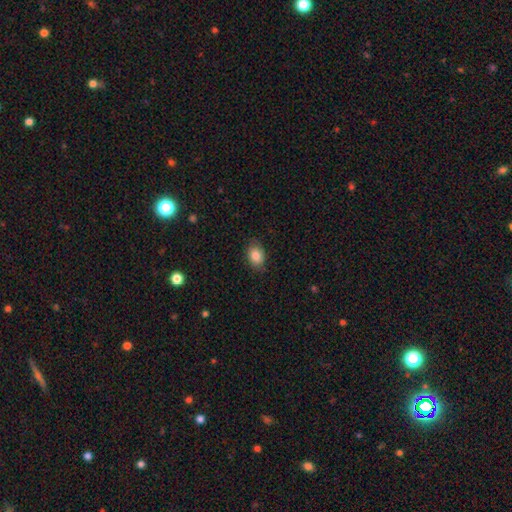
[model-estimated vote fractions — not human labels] Smooth or featured? smooth (85%)
How rounded? in between (72%)
Merging? none (83%)